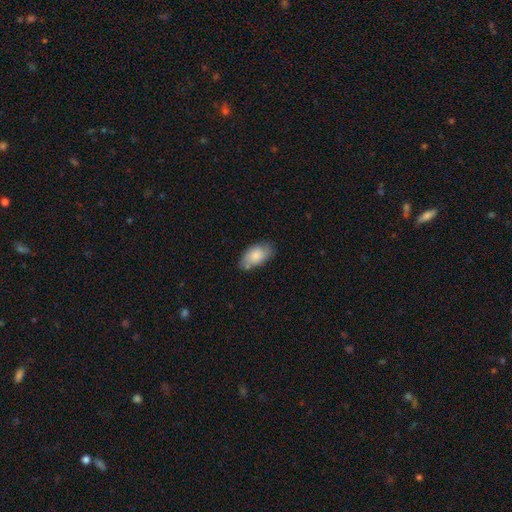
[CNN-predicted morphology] smooth 77%, featured or disk 17%, star or artifact 6%. Down the decision tree: how rounded — in between (94%); merging — none (69%).